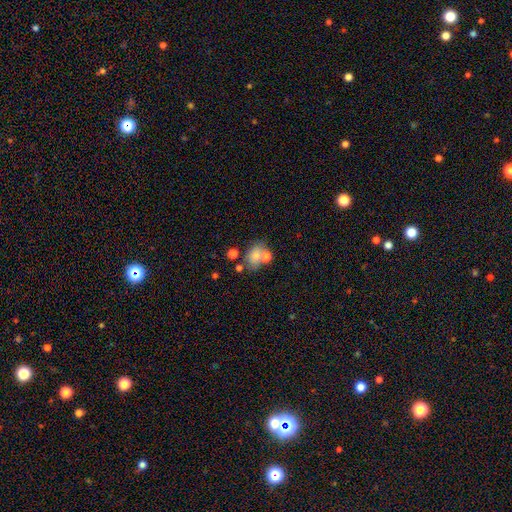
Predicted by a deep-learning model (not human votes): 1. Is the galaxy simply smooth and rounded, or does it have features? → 72% smooth, 17% featured or disk, 11% star or artifact.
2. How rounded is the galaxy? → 67% in between, 32% round, 1% cigar-shaped.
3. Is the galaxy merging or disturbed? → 54% none, 24% merger, 16% minor disturbance, 6% major disturbance.